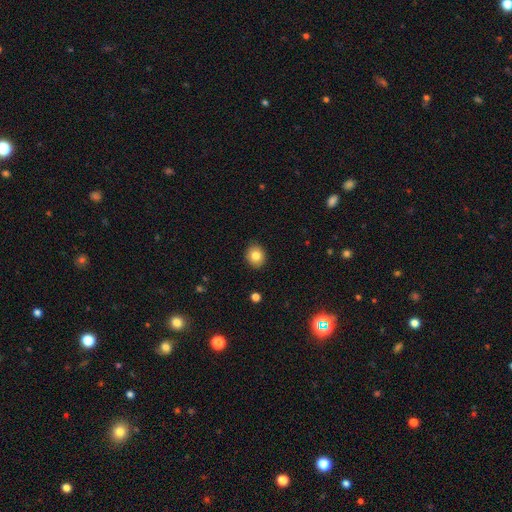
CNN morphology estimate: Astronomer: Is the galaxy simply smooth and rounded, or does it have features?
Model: smooth — 82%.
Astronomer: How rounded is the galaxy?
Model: round — 68%.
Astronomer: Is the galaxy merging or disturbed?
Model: none — 90%.